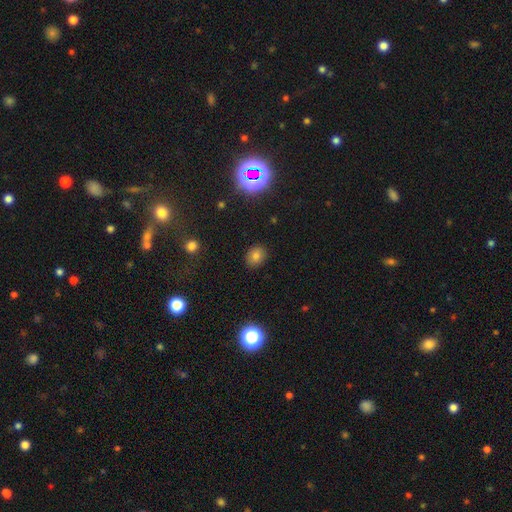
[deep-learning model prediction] Smooth or featured?
  - smooth: 77% *
  - star or artifact: 16%
  - featured or disk: 7%
How rounded?
  - round: 57% *
  - in between: 42%
  - cigar-shaped: 1%
Merging?
  - none: 87% *
  - minor disturbance: 9%
  - major disturbance: 3%
  - merger: 1%